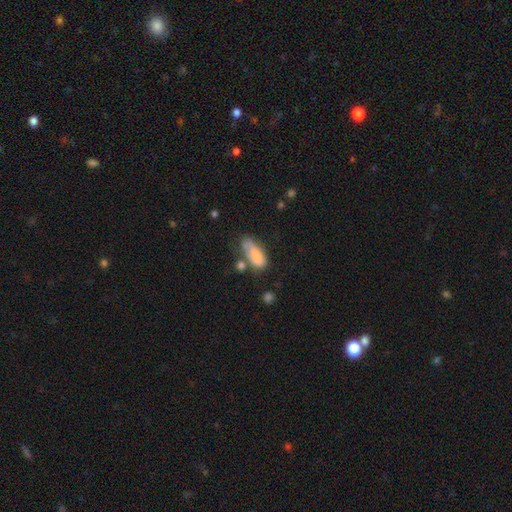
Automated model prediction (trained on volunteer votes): smooth 79%, featured or disk 14%, star or artifact 7%. Down the decision tree: how rounded — in between (79%); merging — none (43%).